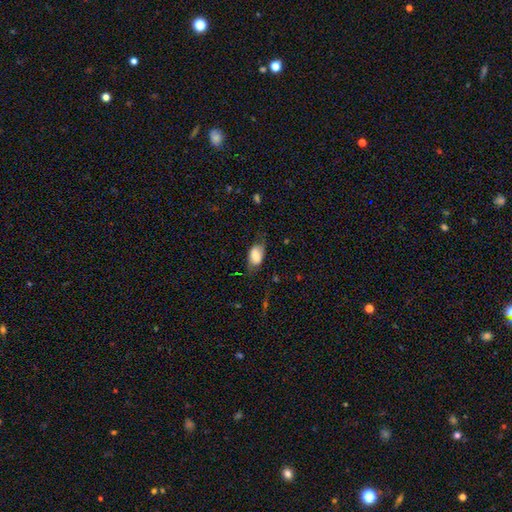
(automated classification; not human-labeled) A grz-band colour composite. It shows a smooth galaxy with no disk features (71%) that is in between round and cigar-shaped (89%). Merging: none (56%).